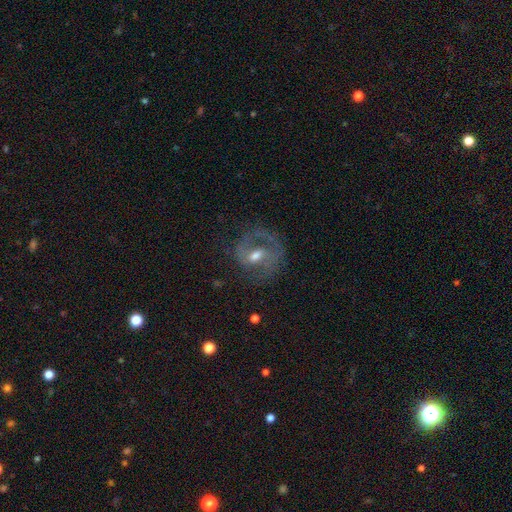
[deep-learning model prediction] This appears to be a featured or disk galaxy (75%) with a weak bar (50%), 2 (58%) medium (47%) spiral arms (80%) and a moderate central bulge (66%). Merging: none (58%).